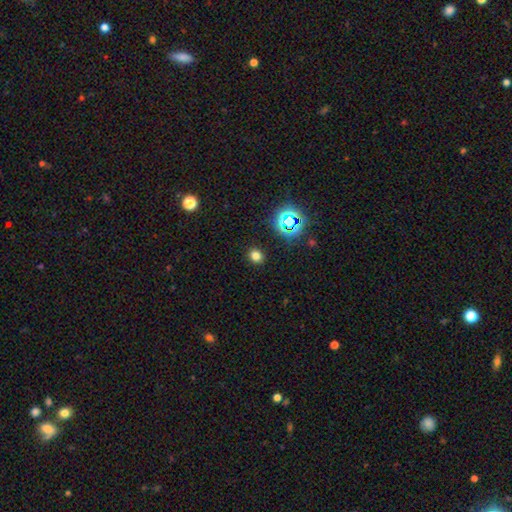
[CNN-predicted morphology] smooth-or-featured: smooth: 73% | star or artifact: 21% | featured or disk: 6%
  how-rounded: round: 69% | in between: 30% | cigar-shaped: 1%
  merging: none: 90% | minor disturbance: 7% | major disturbance: 2% | merger: 1%